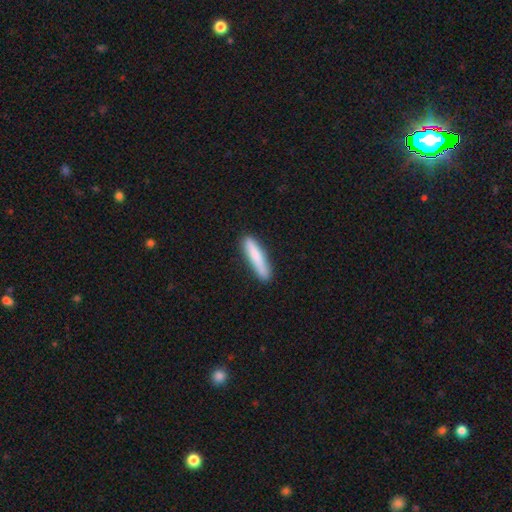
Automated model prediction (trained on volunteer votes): This is likely a smooth galaxy (79%). How rounded: clearly cigar-shaped (89%). Merging: clearly none (87%).